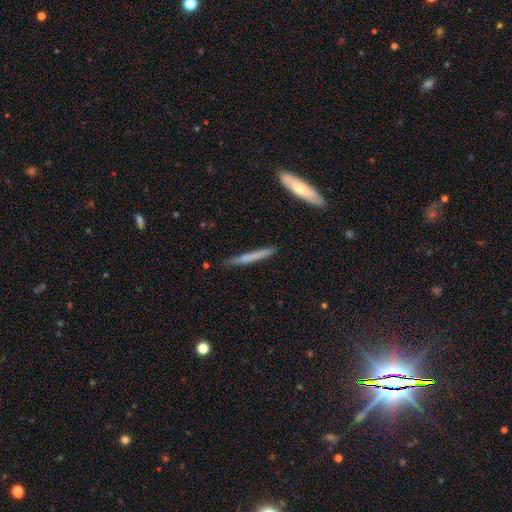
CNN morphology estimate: A smooth galaxy with no disk features (60%) that is cigar-shaped (96%).

Vote fractions:
- Smooth or featured? smooth: 60% / featured or disk: 34% / star or artifact: 6%
- How rounded? cigar-shaped: 96% / in between: 3% / round: 1%
- Merging? none: 82% / minor disturbance: 14% / major disturbance: 2% / merger: 2%